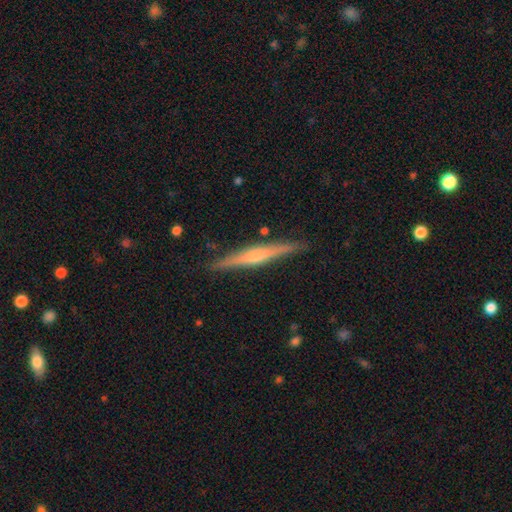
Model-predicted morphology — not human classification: Overall: featured or disk (65%; smooth 29%). Edge-on disk: yes (97%). Edge-on bulge: rounded (56%; none 29%). Merging: none (88%).